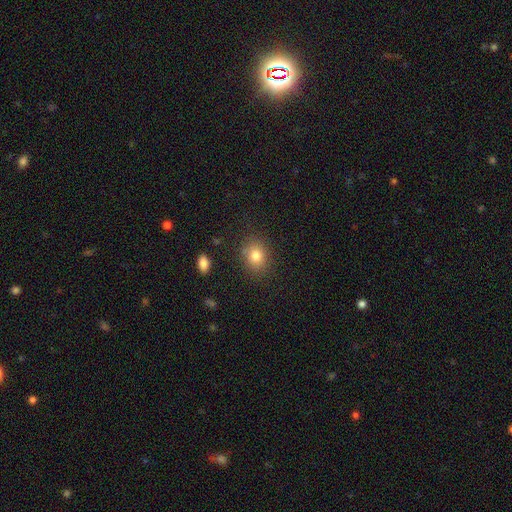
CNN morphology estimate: Overall: smooth (80%). How rounded: round (55%; in between 43%). Merging: none (82%).